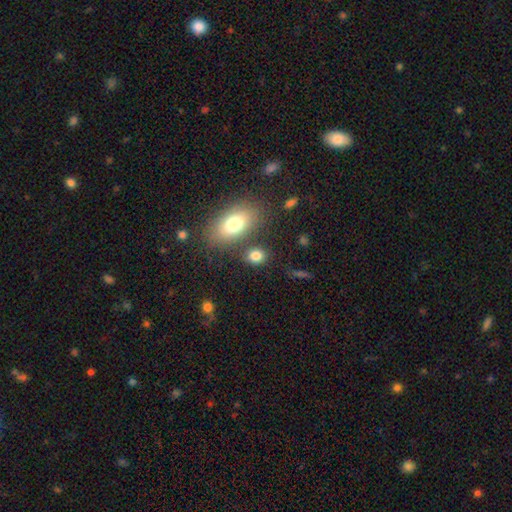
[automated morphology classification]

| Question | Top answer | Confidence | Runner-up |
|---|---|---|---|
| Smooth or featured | smooth | 81% | star or artifact (11%) |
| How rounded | in between | 56% | round (42%) |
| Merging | none | 72% | merger (13%) |